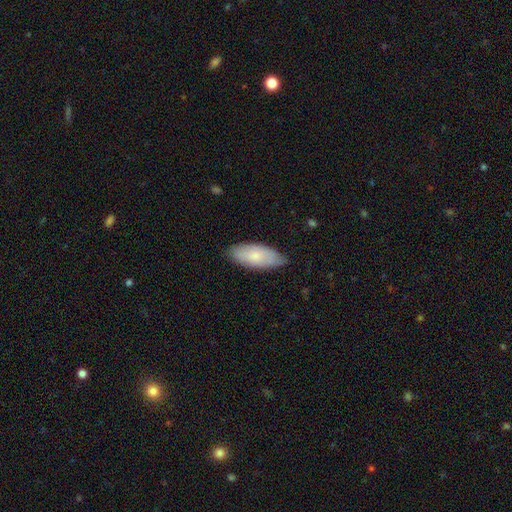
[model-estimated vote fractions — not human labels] Q: Smooth or featured?
A: smooth (75%); runner-up: featured or disk (19%)
Q: How rounded?
A: in between (88%); runner-up: cigar-shaped (10%)
Q: Merging?
A: none (75%); runner-up: minor disturbance (21%)